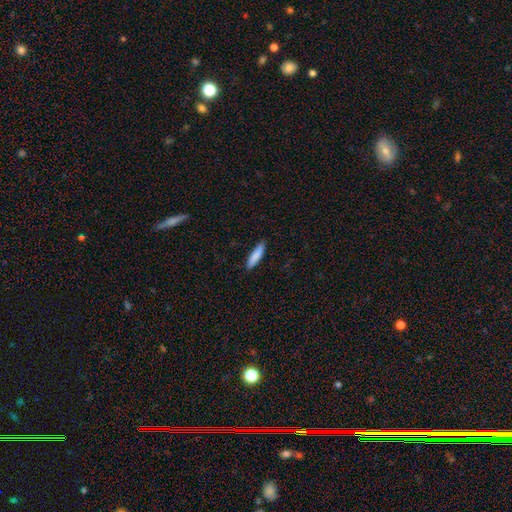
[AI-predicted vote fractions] smooth_or_featured: smooth (p=0.85) [alt: featured or disk p=0.09]
how_rounded: cigar-shaped (p=0.77) [alt: in between p=0.21]
merging: none (p=0.85) [alt: minor disturbance p=0.12]